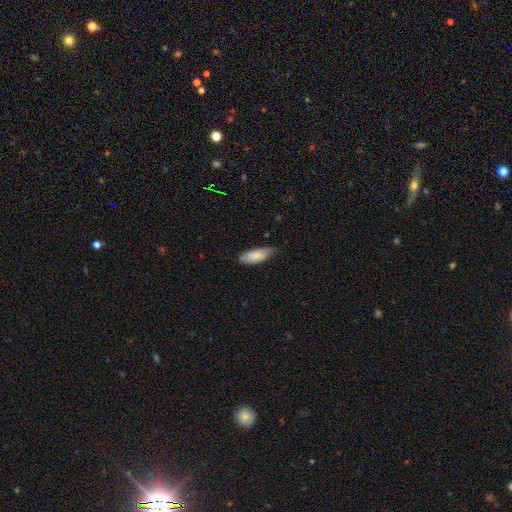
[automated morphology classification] smooth-or-featured: smooth: 80% | featured or disk: 14% | star or artifact: 6%
  how-rounded: in between: 79% | cigar-shaped: 19% | round: 2%
  merging: none: 63% | minor disturbance: 31% | major disturbance: 4% | merger: 1%